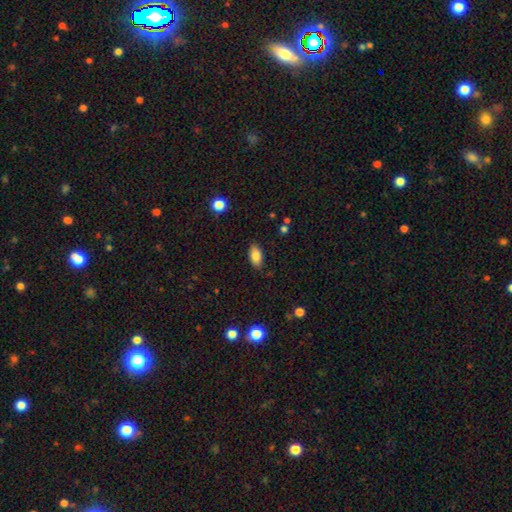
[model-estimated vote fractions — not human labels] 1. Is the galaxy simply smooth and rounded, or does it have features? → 85% smooth, 8% star or artifact, 7% featured or disk.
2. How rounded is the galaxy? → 92% in between, 4% cigar-shaped, 4% round.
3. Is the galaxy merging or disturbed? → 86% none, 11% minor disturbance, 2% major disturbance, 1% merger.